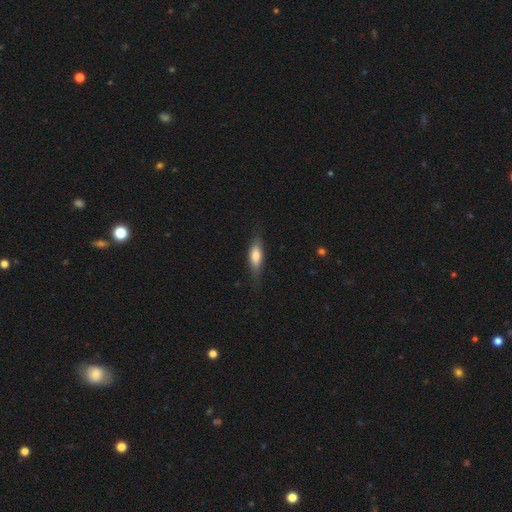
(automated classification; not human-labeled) smooth-or-featured: smooth: 65% | featured or disk: 28% | star or artifact: 6%
  how-rounded: cigar-shaped: 49% (tied) | in between: 49% (tied) | round: 2%
  merging: none: 75% | minor disturbance: 19% | major disturbance: 5% | merger: 1%